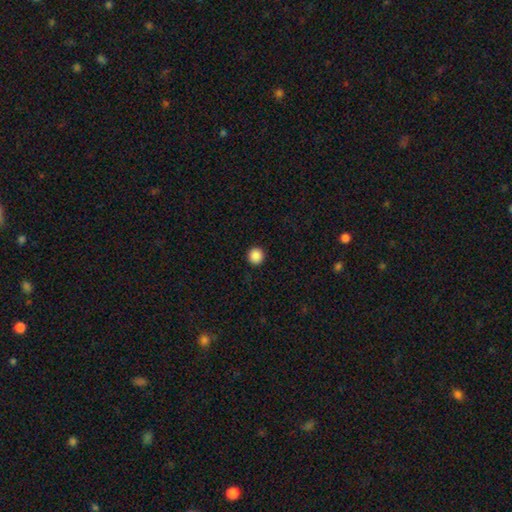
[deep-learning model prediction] smooth 88%, star or artifact 9%, featured or disk 2%. Down the decision tree: how rounded — round (95%); merging — none (93%).